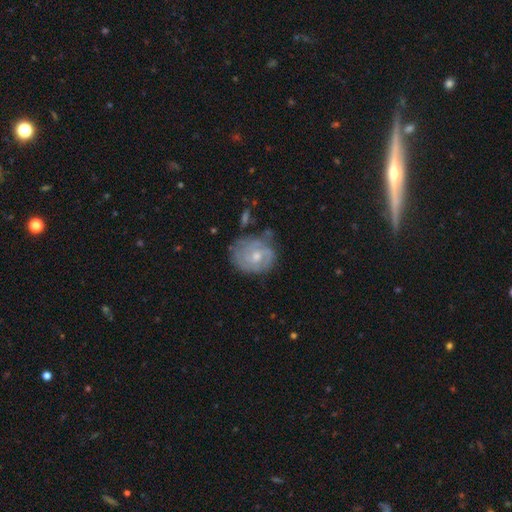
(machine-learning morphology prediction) Smooth or featured?
  - featured or disk: 73% *
  - smooth: 21%
  - star or artifact: 6%
Edge-on disk?
  - no: 98% *
  - yes: 2%
Bar?
  - no: 68% *
  - weak: 28%
  - strong: 4%
Spiral arms?
  - yes: 85% *
  - no: 15%
Spiral winding?
  - tight: 62% *
  - medium: 29%
  - loose: 9%
Spiral arm count?
  - can't tell: 39% *
  - 2: 34%
  - 3: 14%
  - 1: 5%
  - 4: 4%
  - more than 4: 3%
Bulge size?
  - moderate: 54% *
  - small: 40%
  - none: 2%
  - large: 2%
  - dominant: 1%
Merging?
  - none: 62% *
  - minor disturbance: 24%
  - major disturbance: 10%
  - merger: 4%